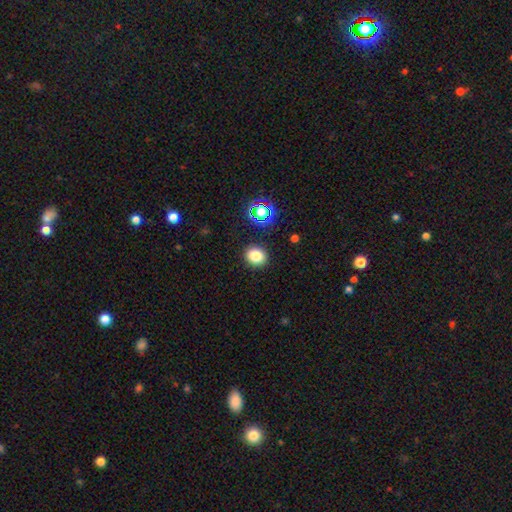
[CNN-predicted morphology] smooth_or_featured: smooth (p=0.80) [alt: star or artifact p=0.14]
how_rounded: round (p=0.71) [alt: in between p=0.28]
merging: none (p=0.90) [alt: minor disturbance p=0.07]